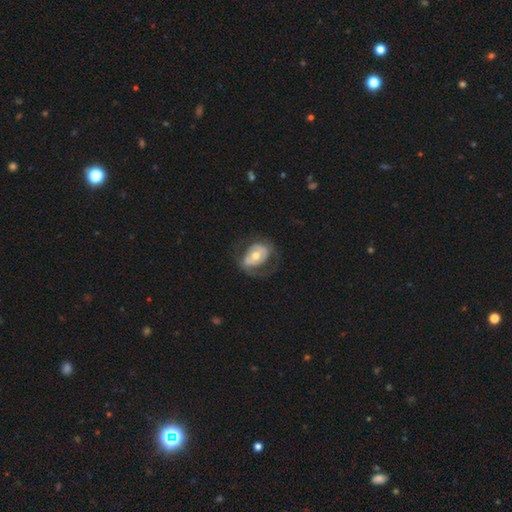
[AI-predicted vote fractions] smooth-or-featured: featured or disk: 59% | smooth: 35% | star or artifact: 5%
  disk-edge-on: no: 95% | yes: 5%
    bar: no: 63% | weak: 23% | strong: 14%
    has-spiral-arms: no: 59% | yes: 41%
    bulge-size: moderate: 74% | small: 15% | large: 9% | dominant: 1% | none: 1%
  merging: none: 57% | major disturbance: 23% | minor disturbance: 19% | merger: 1%